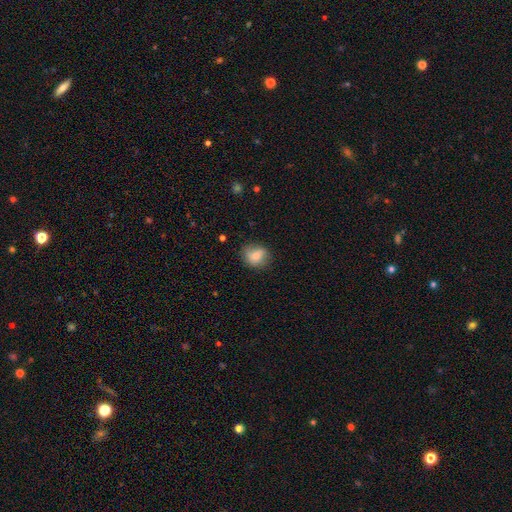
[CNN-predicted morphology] Overall: smooth (78%). How rounded: round (68%; in between 31%). Merging: none (75%).